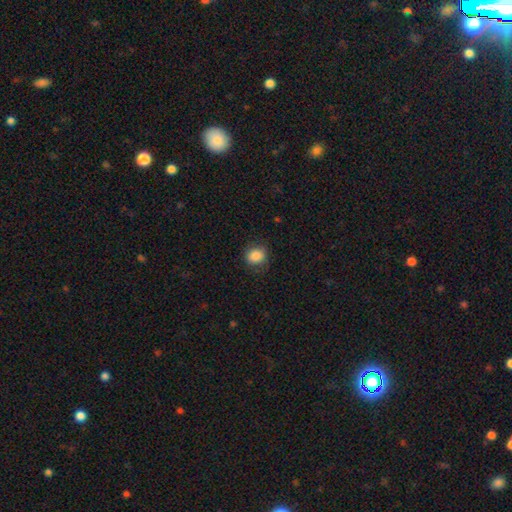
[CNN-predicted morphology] This appears to be a smooth galaxy with no disk features (87%) that is round (73%). Merging: none (81%).